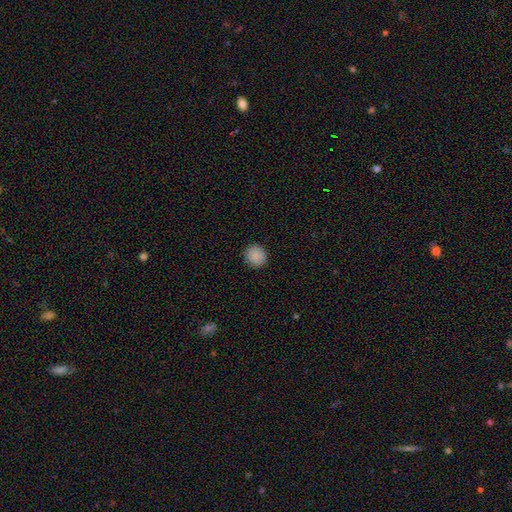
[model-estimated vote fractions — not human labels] The model was most divided on "how rounded": round: 88%, in between: 11%, cigar-shaped: 1%. More confident: merging — none (91%); smooth or featured — smooth (89%).